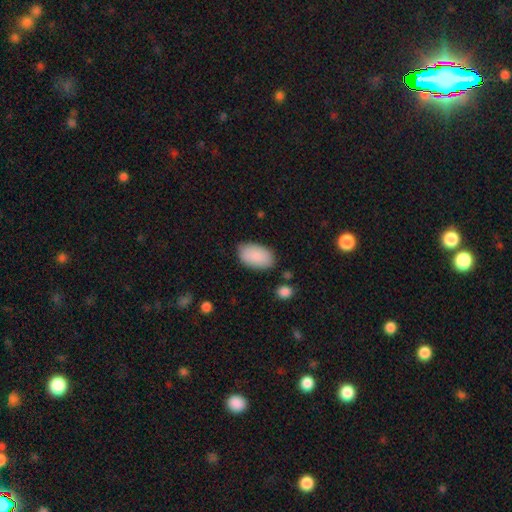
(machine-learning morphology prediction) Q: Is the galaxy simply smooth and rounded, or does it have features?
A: smooth — 89%.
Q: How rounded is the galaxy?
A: in between — 94%.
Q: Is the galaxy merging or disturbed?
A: none — 82%.